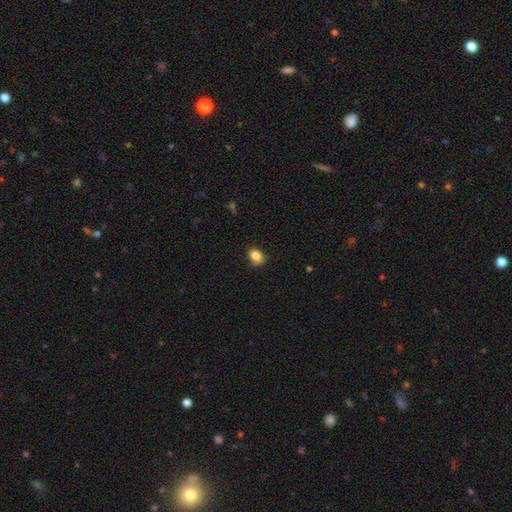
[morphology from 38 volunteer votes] A smooth galaxy with no disk features (87%) that is round (55%).

Vote fractions:
- Smooth or featured? smooth: 87% / star or artifact: 8% / featured or disk: 5%
- How rounded? round: 55% / in between: 45% / cigar-shaped: 0%
- Merging? minor disturbance: 51% / none: 49% / major disturbance: 0% / merger: 0%